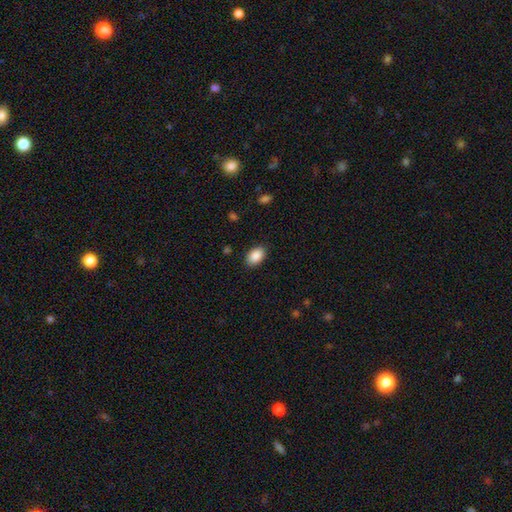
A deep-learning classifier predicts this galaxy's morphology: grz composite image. It shows a smooth galaxy with no disk features (90%) that is in between round and cigar-shaped (89%). Merging: none (87%).